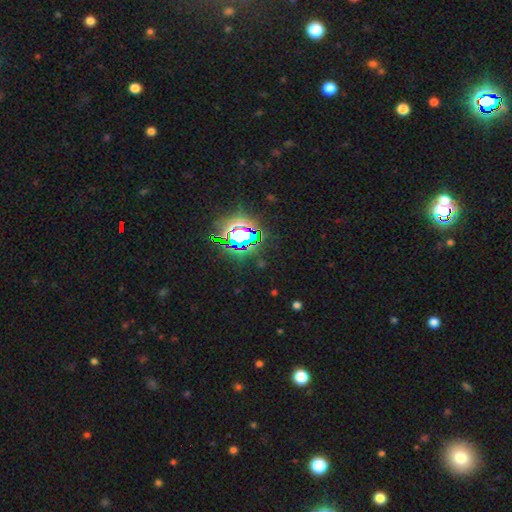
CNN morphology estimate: smooth-or-featured: star or artifact: 79% | smooth: 14% | featured or disk: 7%